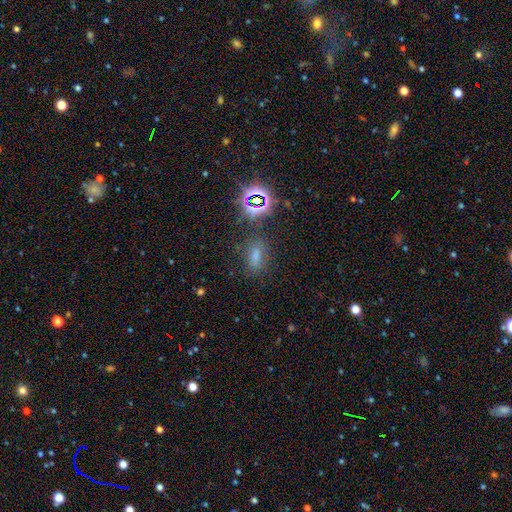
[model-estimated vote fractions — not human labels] This appears to be a smooth galaxy with no disk features (61%) that is in between round and cigar-shaped (72%). Merging: none (73%).